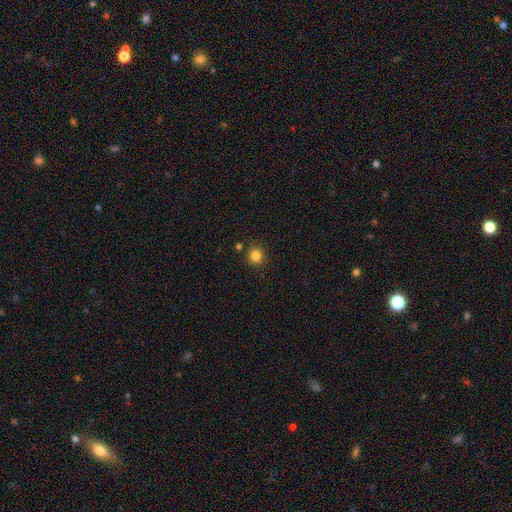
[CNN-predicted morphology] Overall: smooth (83%). How rounded: round (90%). Merging: none (88%).